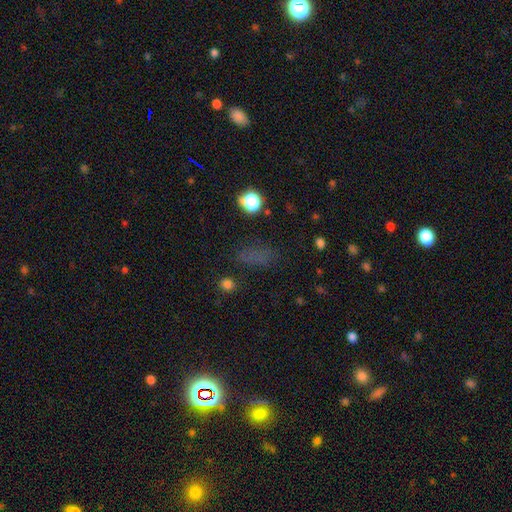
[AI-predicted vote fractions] The model was most divided on "smooth or featured": smooth: 55%, star or artifact: 35%, featured or disk: 10%. More confident: merging — none (72%); how rounded — in between (68%).